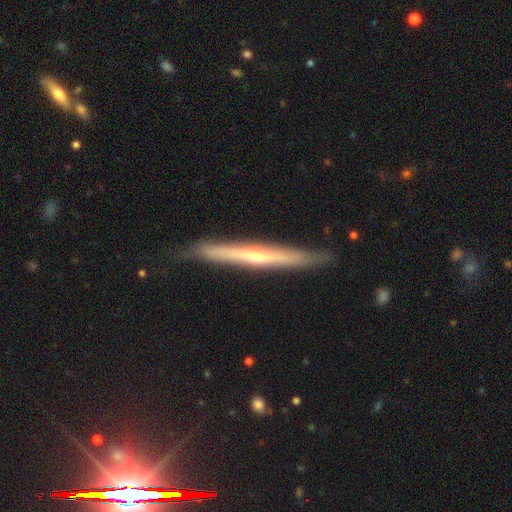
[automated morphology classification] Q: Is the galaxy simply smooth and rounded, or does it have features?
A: featured or disk — 70%.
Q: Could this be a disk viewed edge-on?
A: yes — 95%.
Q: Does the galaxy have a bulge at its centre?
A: rounded — 63%.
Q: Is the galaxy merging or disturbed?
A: none — 82%.